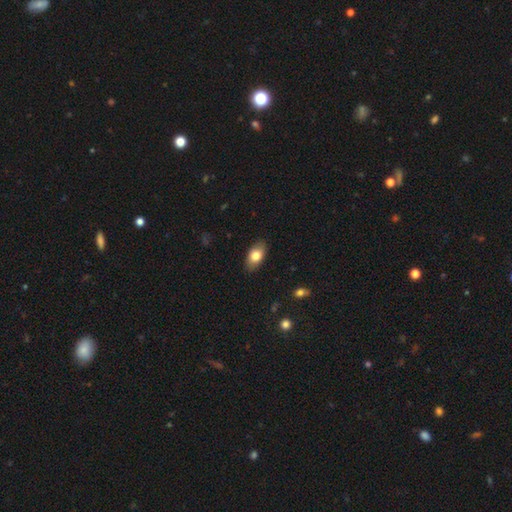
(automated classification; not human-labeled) smooth 79%, featured or disk 14%, star or artifact 7%. Down the decision tree: how rounded — in between (92%); merging — none (87%).